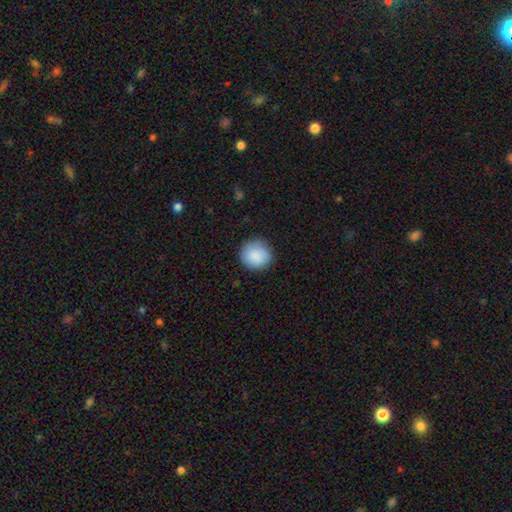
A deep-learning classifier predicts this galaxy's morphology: Overall: smooth (88%). How rounded: round (89%). Merging: none (86%).